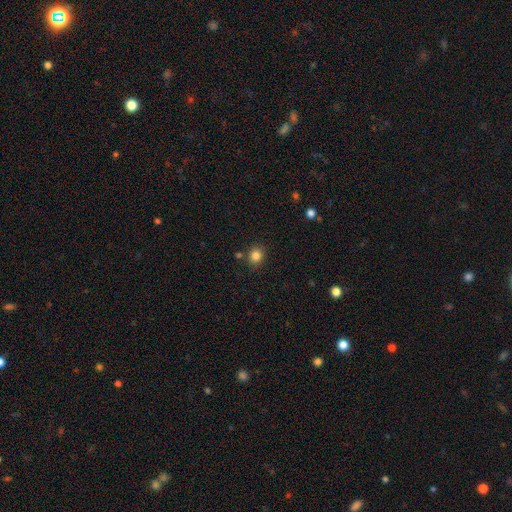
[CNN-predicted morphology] Smooth or featured?
  - smooth: 83% *
  - star or artifact: 12%
  - featured or disk: 5%
How rounded?
  - round: 77% *
  - in between: 23%
  - cigar-shaped: 1%
Merging?
  - none: 82% *
  - minor disturbance: 10%
  - merger: 5%
  - major disturbance: 3%